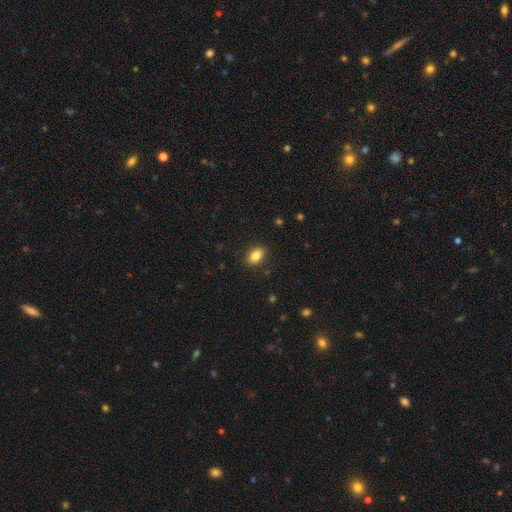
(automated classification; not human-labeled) Q: Smooth or featured?
A: smooth (85%); runner-up: star or artifact (9%)
Q: How rounded?
A: in between (86%); runner-up: round (12%)
Q: Merging?
A: none (88%); runner-up: minor disturbance (9%)